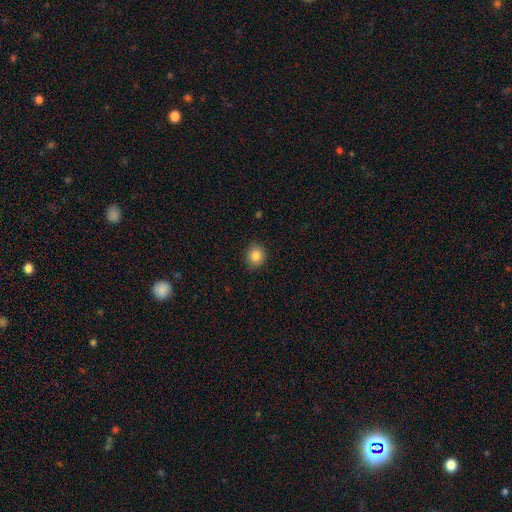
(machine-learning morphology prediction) smooth-or-featured: smooth: 85% | star or artifact: 10% | featured or disk: 5%
  how-rounded: round: 77% | in between: 22% | cigar-shaped: 1%
  merging: none: 89% | minor disturbance: 8% | major disturbance: 2% | merger: 1%